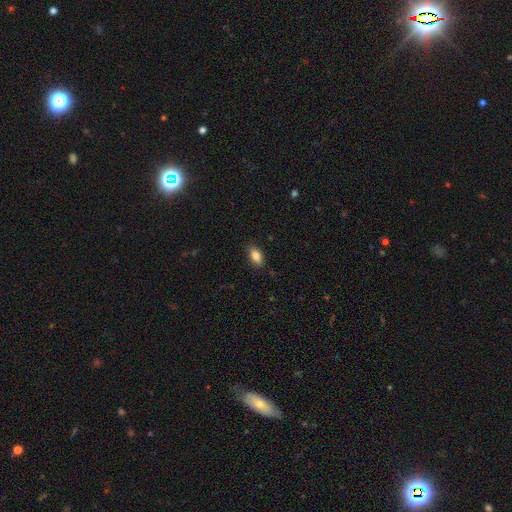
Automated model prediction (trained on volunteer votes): smooth_or_featured: smooth (p=0.86) [alt: star or artifact p=0.08]
how_rounded: in between (p=0.90) [alt: round p=0.05]
merging: none (p=0.86) [alt: minor disturbance p=0.10]